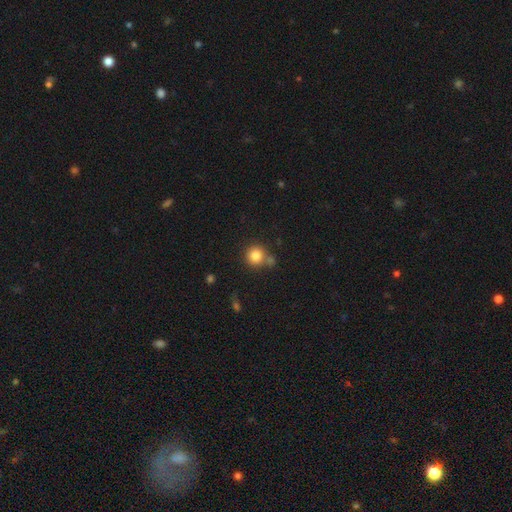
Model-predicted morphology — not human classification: type=smooth (83%); roundness=round (92%); merging=none (69%).